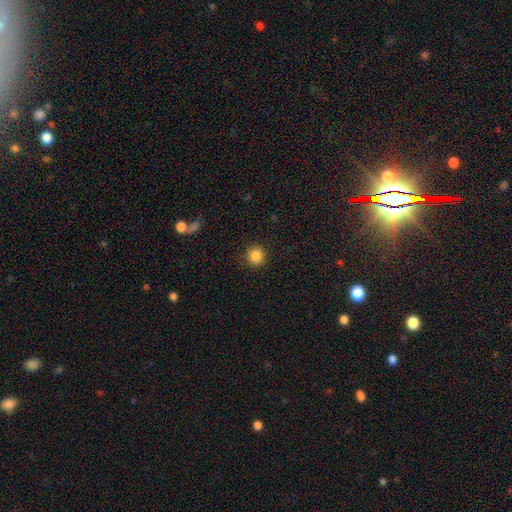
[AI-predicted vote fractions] Overall: smooth (86%). How rounded: round (93%). Merging: none (91%).